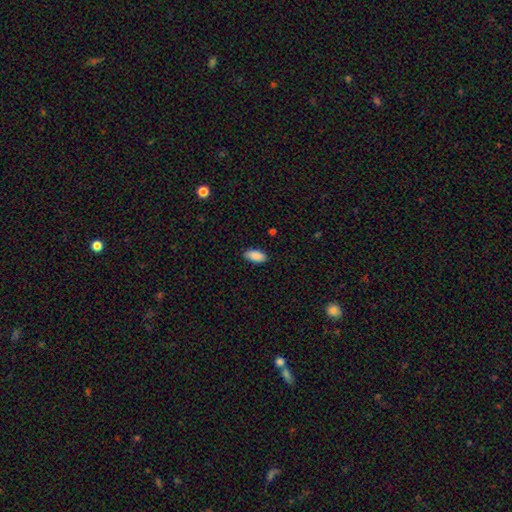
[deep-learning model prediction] Smooth or featured: smooth — 90% (star or artifact — 6%)
How rounded: in between — 92% (cigar-shaped — 5%)
Merging: none — 88% (minor disturbance — 9%)